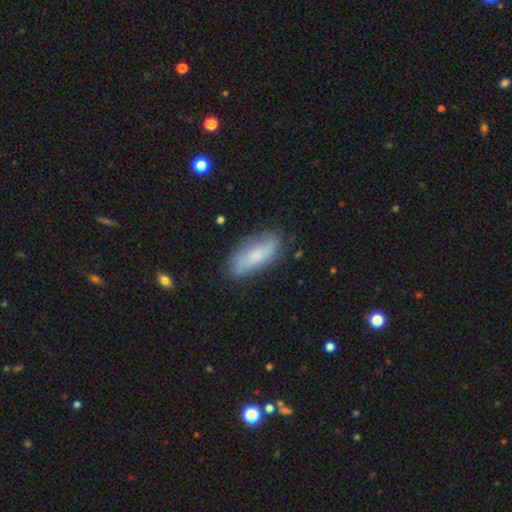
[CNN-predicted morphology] This appears to be a smooth galaxy with no disk features (67%) that is in between round and cigar-shaped (67%). Merging: none (74%).